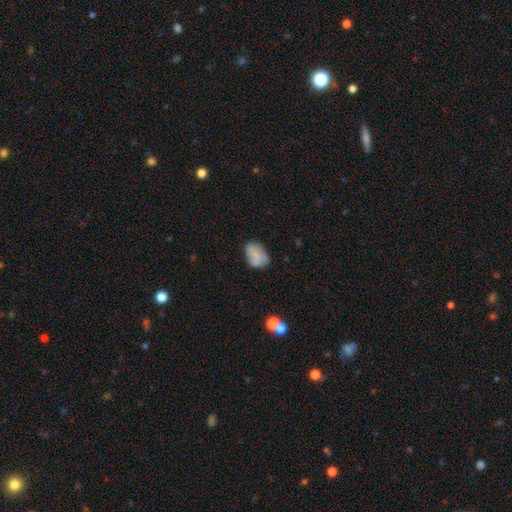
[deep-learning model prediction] smooth-or-featured: smooth: 76% | featured or disk: 15% | star or artifact: 9%
  how-rounded: in between: 83% | round: 16% | cigar-shaped: 1%
  merging: none: 59% | minor disturbance: 28% | major disturbance: 8% | merger: 4%